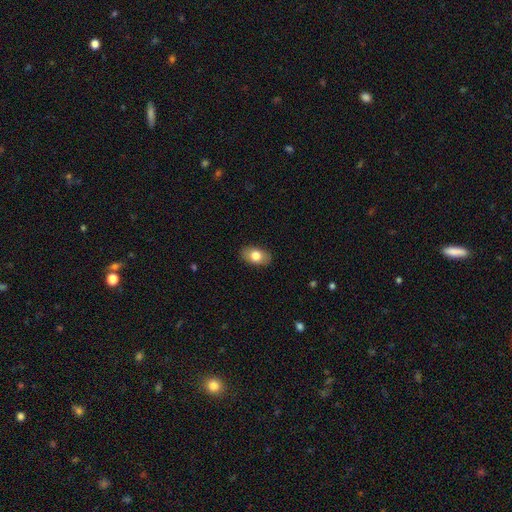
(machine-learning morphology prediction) The model was most divided on "smooth or featured": smooth: 79%, featured or disk: 14%, star or artifact: 7%. More confident: how rounded — in between (89%); merging — none (88%).